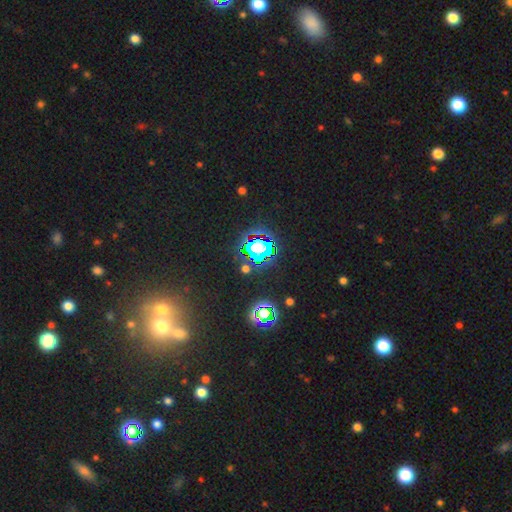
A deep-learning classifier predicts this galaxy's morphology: A star or artifact, not a galaxy (74%).